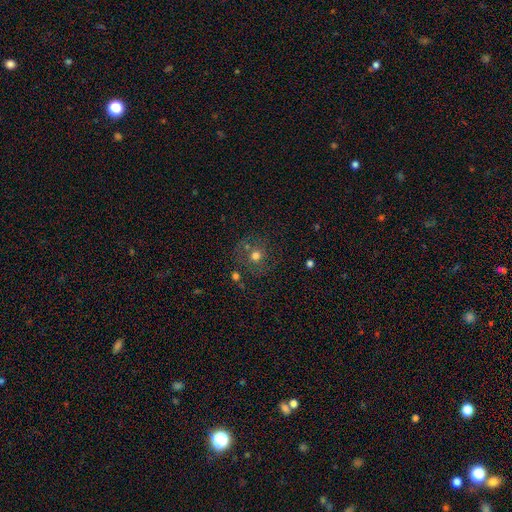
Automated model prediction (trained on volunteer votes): This is likely a smooth galaxy (60%). How rounded: clearly round (89%). Merging: likely none (71%).